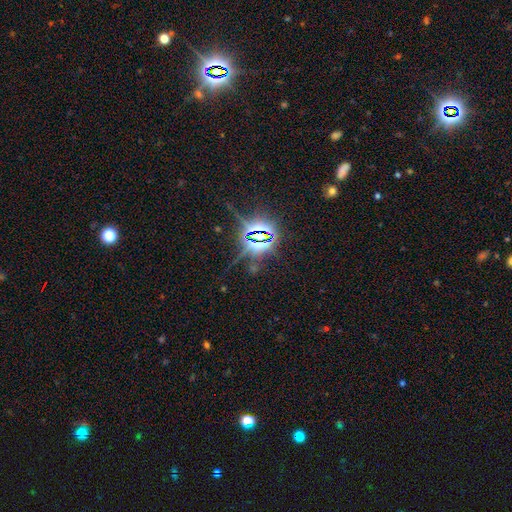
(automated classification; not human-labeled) Smooth or featured: star or artifact — 83% (smooth — 9%)